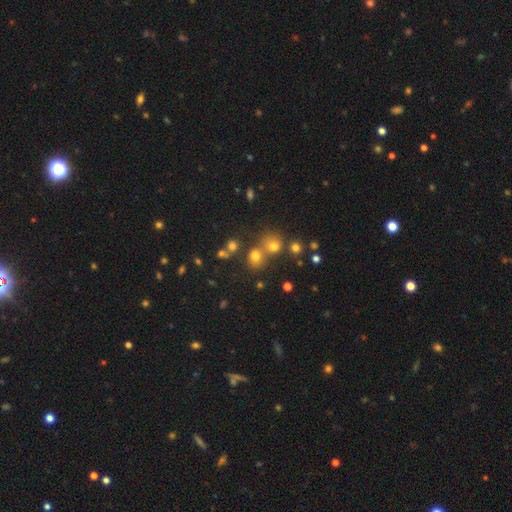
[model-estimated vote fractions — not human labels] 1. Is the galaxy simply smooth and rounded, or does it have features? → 65% smooth, 25% star or artifact, 10% featured or disk.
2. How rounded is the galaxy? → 74% round, 25% in between, 1% cigar-shaped.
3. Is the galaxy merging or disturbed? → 57% none, 31% merger, 8% minor disturbance, 4% major disturbance.